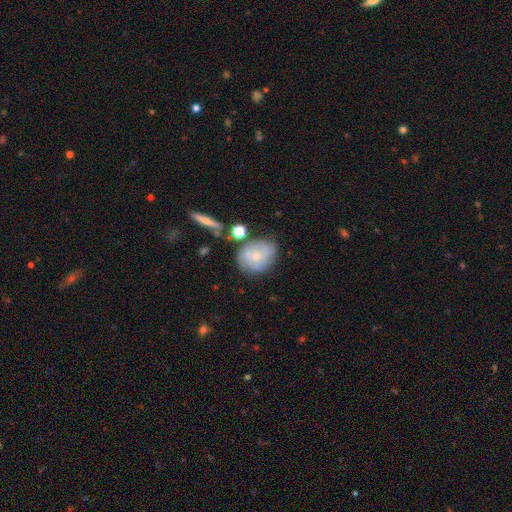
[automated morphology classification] This appears to be a smooth galaxy with no disk features (48%). Merging: none (56%).